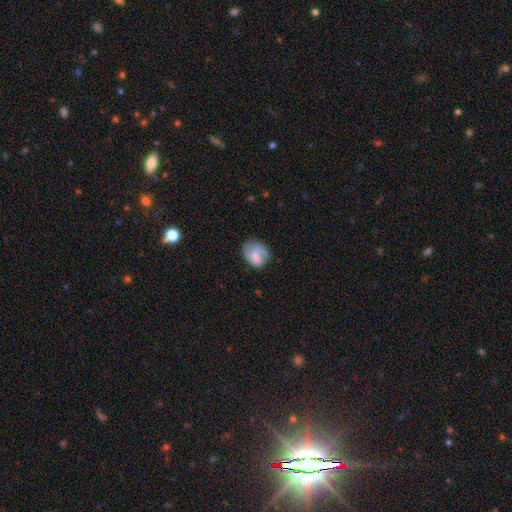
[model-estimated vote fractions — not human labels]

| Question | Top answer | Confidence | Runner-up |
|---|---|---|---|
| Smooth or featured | featured or disk | 47% | smooth (45%) |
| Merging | none | 50% | minor disturbance (25%) |